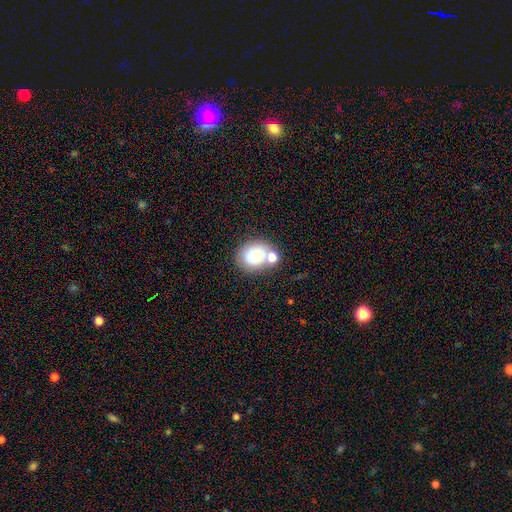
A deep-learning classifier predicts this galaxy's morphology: This is possibly a smooth galaxy (60%). How rounded: likely round (61%). Merging: possibly none (51%).